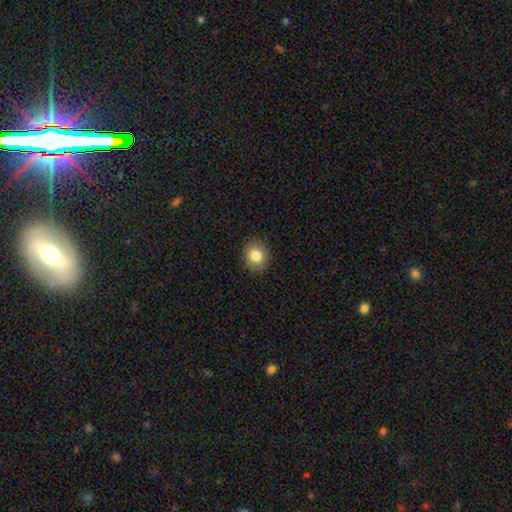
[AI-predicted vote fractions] smooth 82%, star or artifact 9%, featured or disk 8%. Down the decision tree: how rounded — round (69%); merging — none (88%).